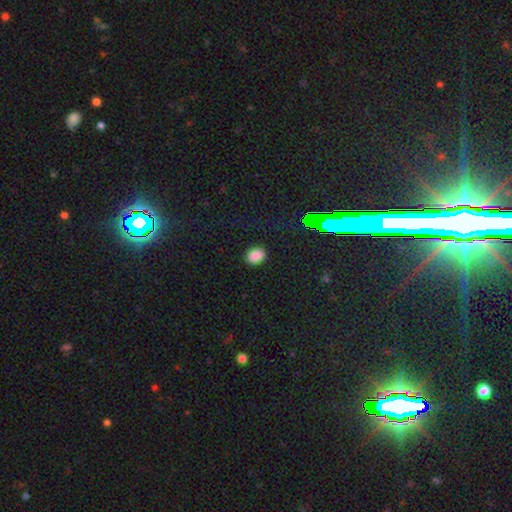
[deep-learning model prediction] Smooth or featured? Predicted: smooth (p=0.85). How rounded? Predicted: in between (p=0.58). Merging? Predicted: none (p=0.89).